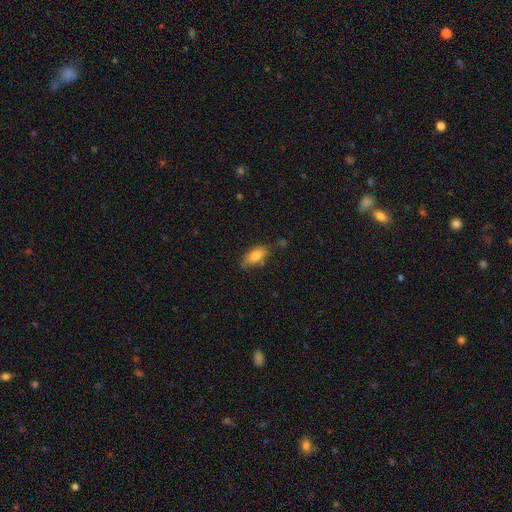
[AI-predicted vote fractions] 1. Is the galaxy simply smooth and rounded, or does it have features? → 78% smooth, 15% featured or disk, 7% star or artifact.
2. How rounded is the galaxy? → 84% in between, 13% cigar-shaped, 3% round.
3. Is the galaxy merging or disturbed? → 71% none, 21% minor disturbance, 4% major disturbance, 4% merger.